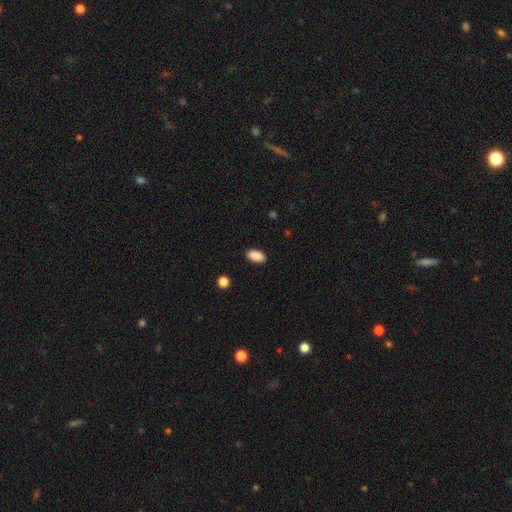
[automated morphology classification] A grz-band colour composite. It shows a smooth galaxy with no disk features (90%) that is in between round and cigar-shaped (93%). Merging: none (88%).